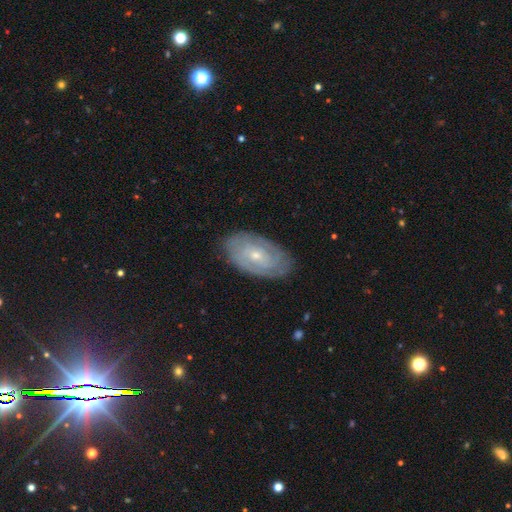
This appears to be a featured or disk galaxy (78%) with no bar (69%), 2 (52%) tight (81%) spiral arms (81%) and a small central bulge (65%). Merging: none (89%).